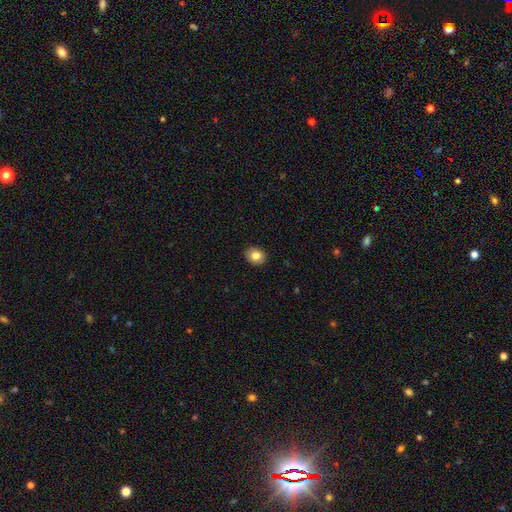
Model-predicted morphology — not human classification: This appears to be a smooth galaxy with no disk features (83%) that is round (56%). Merging: none (91%).